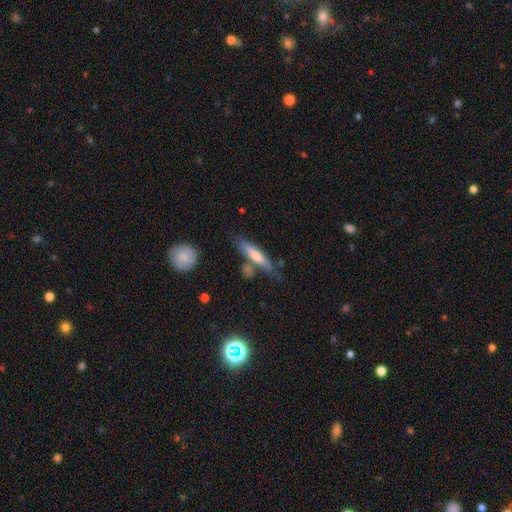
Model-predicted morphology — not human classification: smooth_or_featured: smooth (p=0.55) [alt: featured or disk p=0.37]
how_rounded: cigar-shaped (p=0.83) [alt: in between p=0.14]
merging: none (p=0.66) [alt: minor disturbance p=0.19]